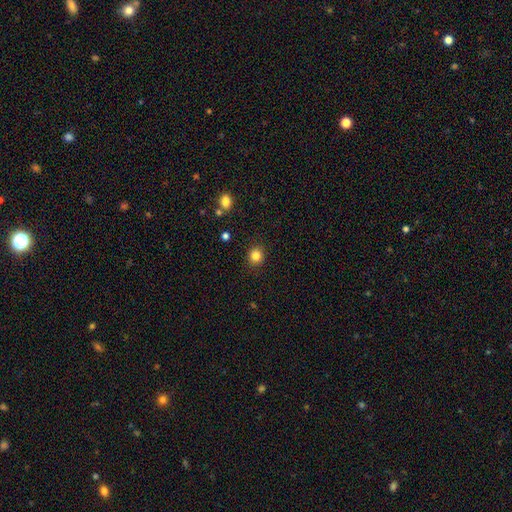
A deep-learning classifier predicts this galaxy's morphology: smooth-or-featured: smooth: 84% | star or artifact: 12% | featured or disk: 5%
  how-rounded: round: 82% | in between: 17% | cigar-shaped: 1%
  merging: none: 90% | minor disturbance: 7% | major disturbance: 2% | merger: 1%